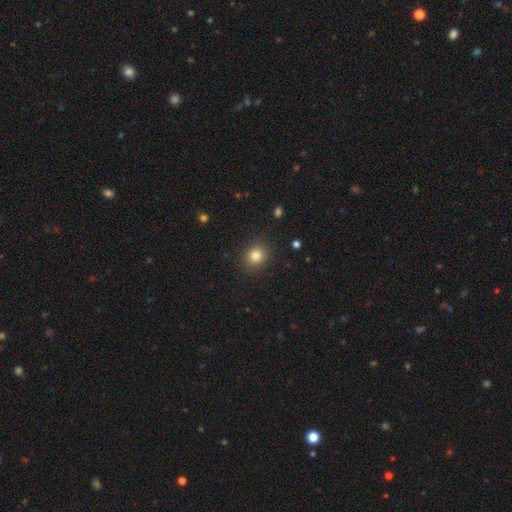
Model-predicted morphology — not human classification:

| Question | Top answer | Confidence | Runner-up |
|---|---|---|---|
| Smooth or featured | smooth | 81% | star or artifact (12%) |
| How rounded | round | 75% | in between (24%) |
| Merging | none | 90% | minor disturbance (7%) |